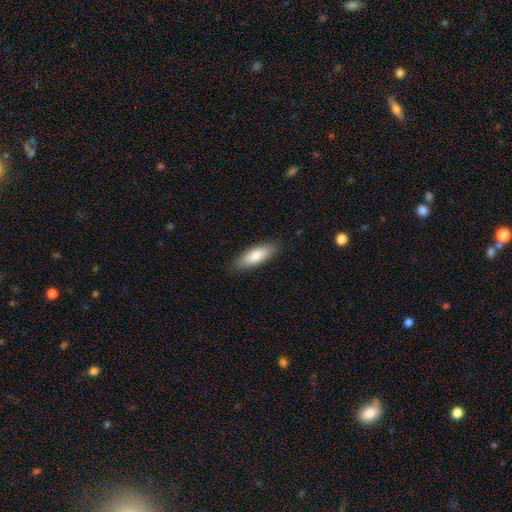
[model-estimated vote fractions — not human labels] The model was most divided on "how rounded": in between: 64%, cigar-shaped: 35%, round: 2%. More confident: merging — none (87%); smooth or featured — smooth (82%).